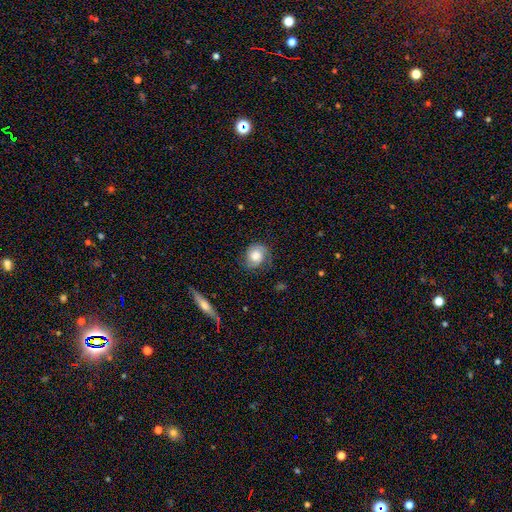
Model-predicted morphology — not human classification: A featured or disk galaxy (51%).

Vote fractions:
- Smooth or featured? featured or disk: 51% / smooth: 40% / star or artifact: 8%
- Edge-on disk? no: 96% / yes: 4%
- Merging? none: 69% / minor disturbance: 21% / major disturbance: 9% / merger: 1%